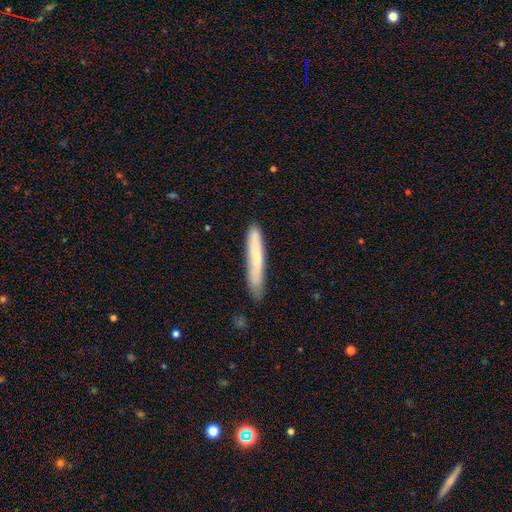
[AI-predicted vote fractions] Smooth or featured?
  - smooth: 61% *
  - featured or disk: 32%
  - star or artifact: 6%
How rounded?
  - cigar-shaped: 94% *
  - in between: 5%
  - round: 1%
Merging?
  - none: 77% *
  - minor disturbance: 19%
  - major disturbance: 3%
  - merger: 2%